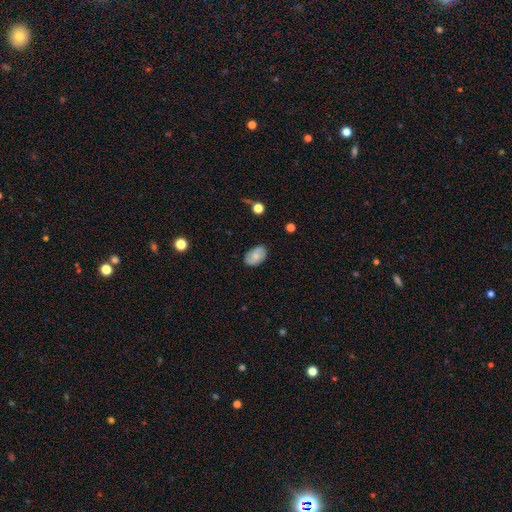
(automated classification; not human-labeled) Overall: smooth (73%). How rounded: in between (88%). Merging: none (82%).